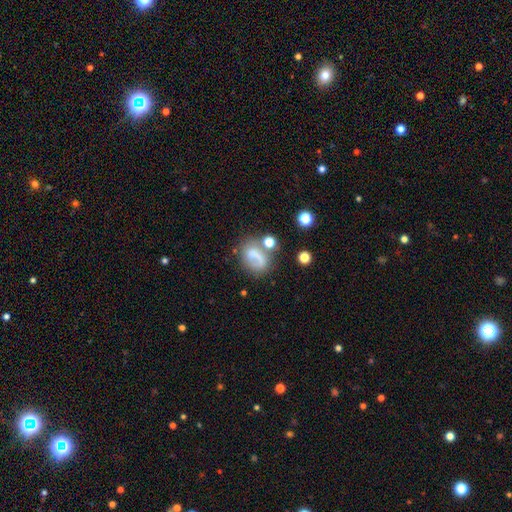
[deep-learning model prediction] Smooth or featured?
  - smooth: 54% *
  - featured or disk: 31%
  - star or artifact: 15%
How rounded?
  - in between: 53% *
  - round: 45%
  - cigar-shaped: 2%
Merging?
  - none: 44% *
  - major disturbance: 22%
  - minor disturbance: 21%
  - merger: 14%